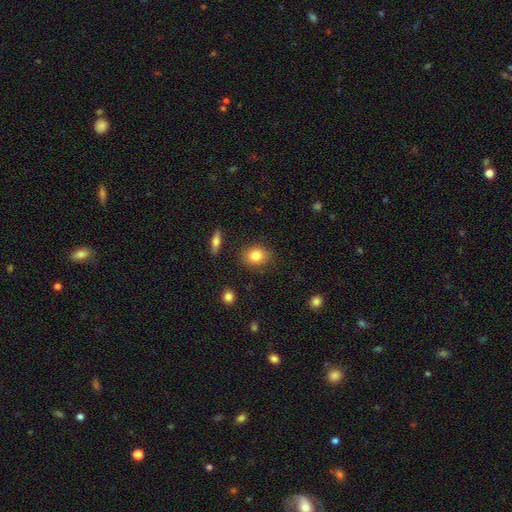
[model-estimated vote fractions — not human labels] This is clearly a smooth galaxy (84%). How rounded: possibly round (56%). Merging: clearly none (85%).